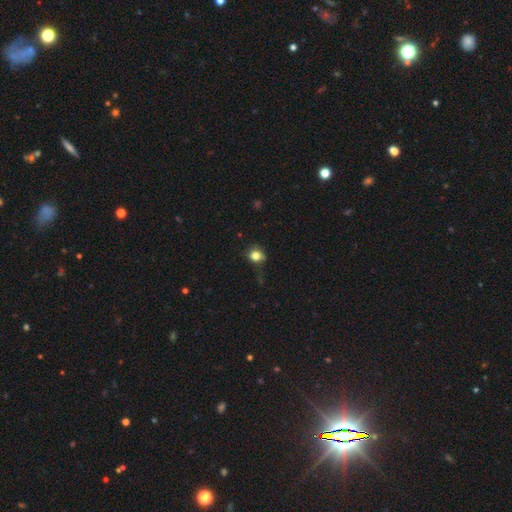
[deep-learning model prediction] smooth-or-featured: smooth: 81% | star or artifact: 11% | featured or disk: 8%
  how-rounded: round: 70% | in between: 29% | cigar-shaped: 1%
  merging: none: 62% | minor disturbance: 26% | major disturbance: 9% | merger: 2%